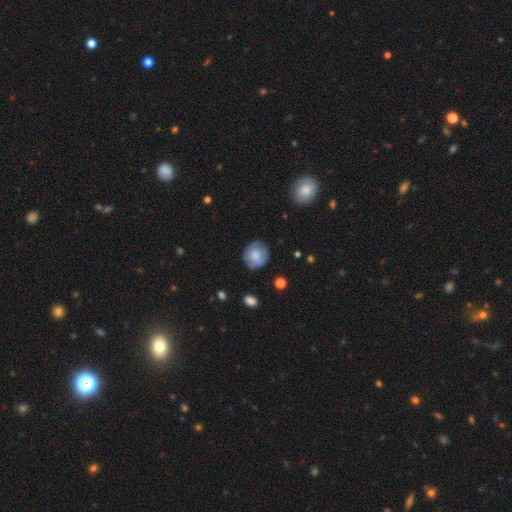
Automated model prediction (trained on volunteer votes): smooth-or-featured: smooth: 71% | featured or disk: 21% | star or artifact: 8%
  how-rounded: round: 79% | in between: 20% | cigar-shaped: 1%
  merging: none: 73% | minor disturbance: 20% | major disturbance: 6% | merger: 2%